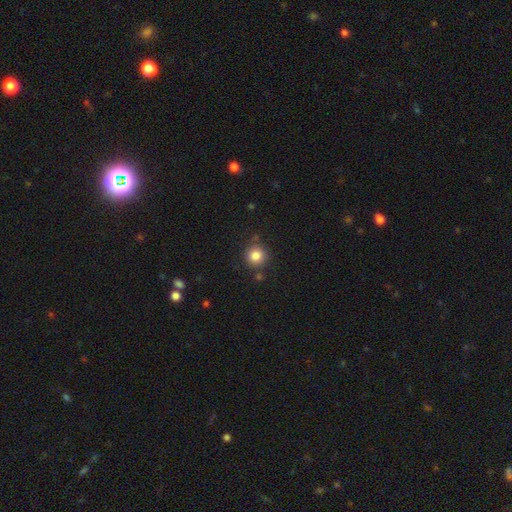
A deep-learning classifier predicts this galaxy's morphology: Smooth or featured?
  - smooth: 83% *
  - star or artifact: 11%
  - featured or disk: 6%
How rounded?
  - round: 94% *
  - in between: 5%
  - cigar-shaped: 1%
Merging?
  - none: 84% *
  - minor disturbance: 9%
  - merger: 5%
  - major disturbance: 3%